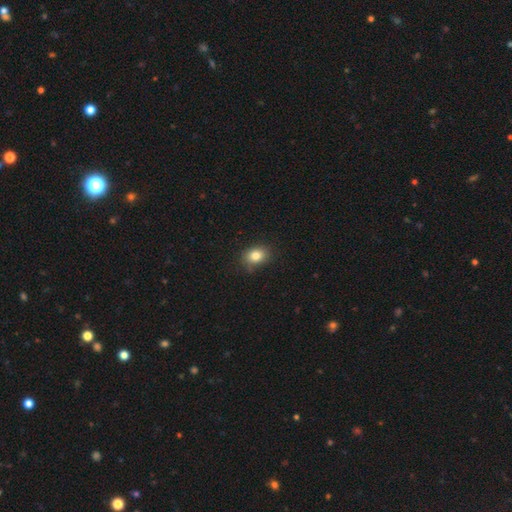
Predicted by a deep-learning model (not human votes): Smooth or featured? smooth (82%)
How rounded? in between (61%)
Merging? none (81%)